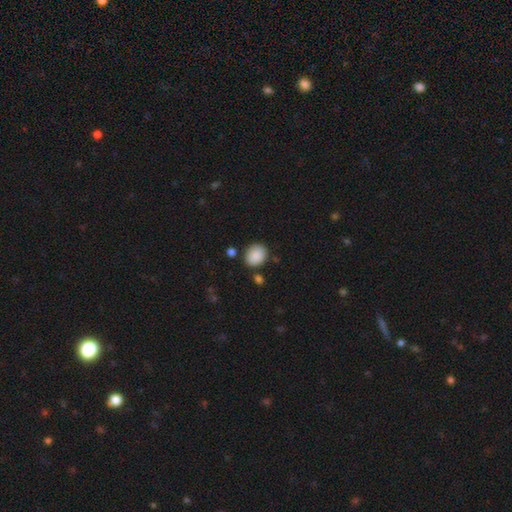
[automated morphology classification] This is clearly a smooth galaxy (89%). How rounded: possibly round (54%). Merging: likely none (80%).